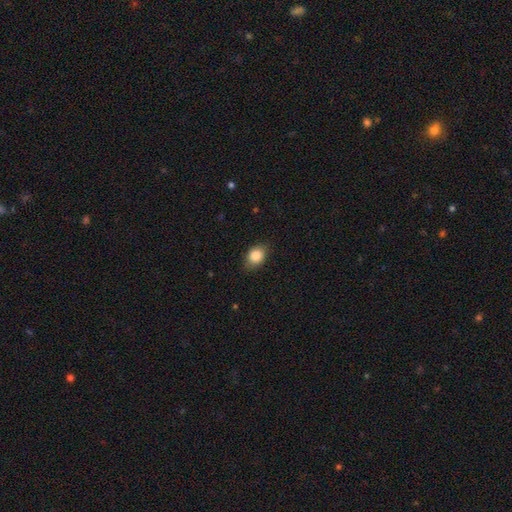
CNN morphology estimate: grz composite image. It shows a smooth galaxy with no disk features (86%) that is in between round and cigar-shaped (62%). Merging: none (80%).